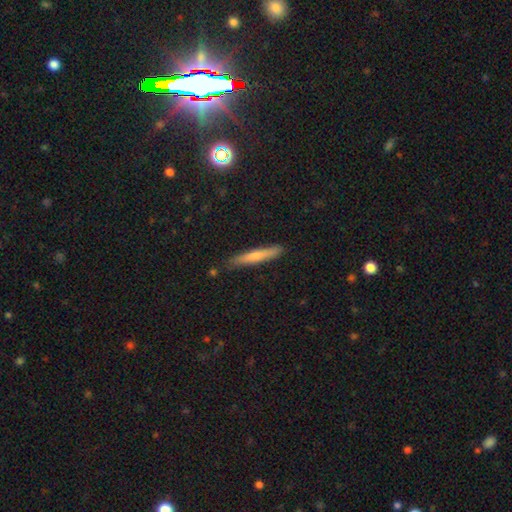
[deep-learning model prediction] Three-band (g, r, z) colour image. It shows a featured or disk galaxy (49%). Merging: none (86%).